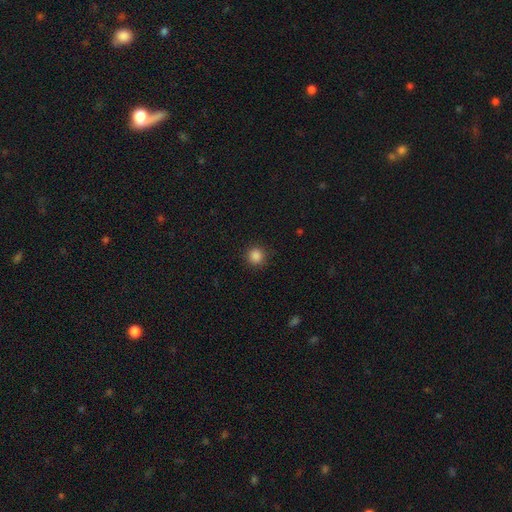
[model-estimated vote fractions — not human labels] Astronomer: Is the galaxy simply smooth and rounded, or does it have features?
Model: smooth — 86%.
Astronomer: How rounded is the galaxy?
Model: round — 92%.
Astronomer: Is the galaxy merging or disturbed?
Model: none — 90%.